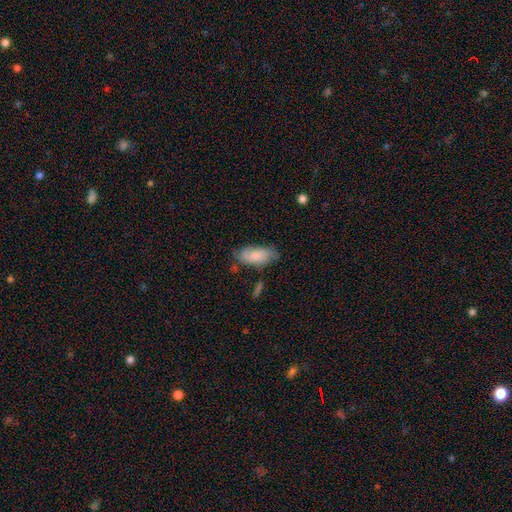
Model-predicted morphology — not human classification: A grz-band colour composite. It shows a smooth galaxy with no disk features (69%) that is in between round and cigar-shaped (89%). Merging: none (60%).